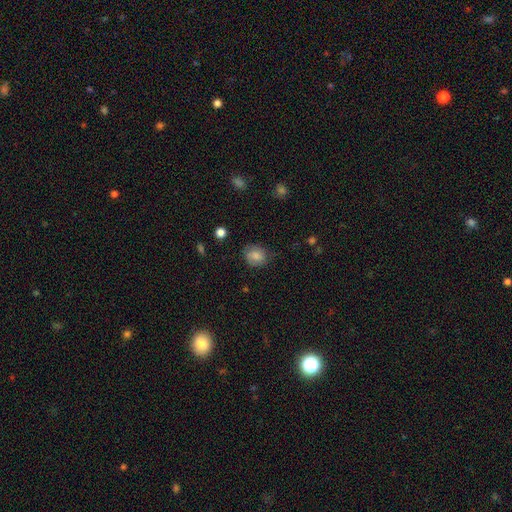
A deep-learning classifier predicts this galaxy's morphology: Overall: smooth (82%). How rounded: round (67%; in between 32%). Merging: none (73%).